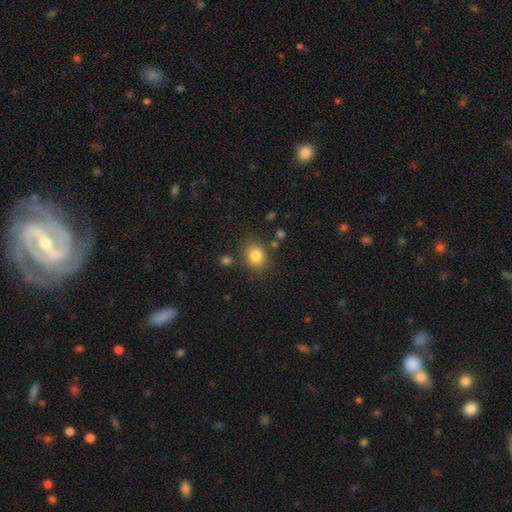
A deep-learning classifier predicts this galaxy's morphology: Smooth or featured? smooth (82%)
How rounded? round (56%)
Merging? none (81%)